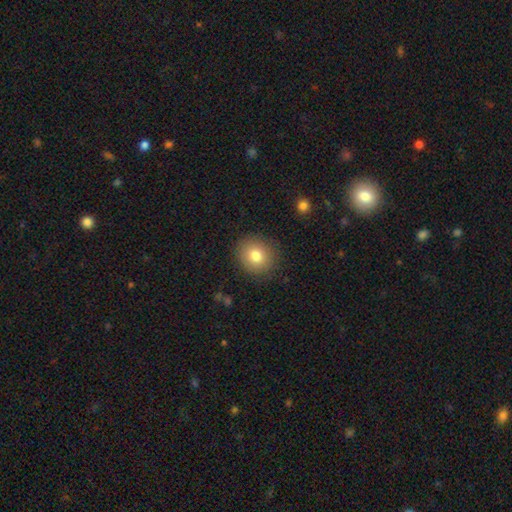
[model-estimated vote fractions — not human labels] The model was most divided on "how rounded": round: 81%, in between: 18%, cigar-shaped: 1%. More confident: merging — none (88%); smooth or featured — smooth (80%).